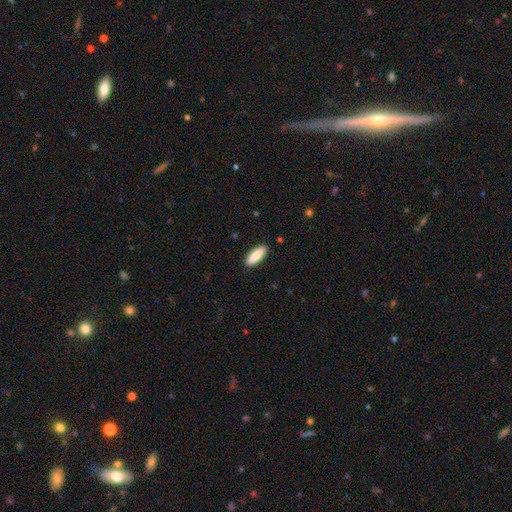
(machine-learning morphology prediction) smooth_or_featured: smooth (p=0.84) [alt: featured or disk p=0.11]
how_rounded: in between (p=0.56) [alt: cigar-shaped p=0.43]
merging: none (p=0.89) [alt: minor disturbance p=0.08]